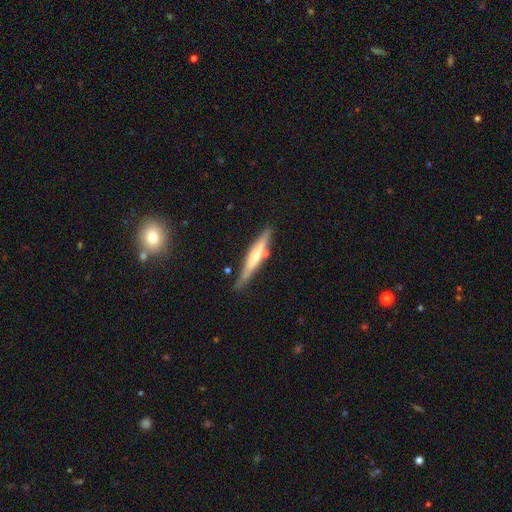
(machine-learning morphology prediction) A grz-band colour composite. It shows a featured or disk galaxy (54%) viewed edge-on (94%) with a rounded central bulge (51%). Merging: none (77%).